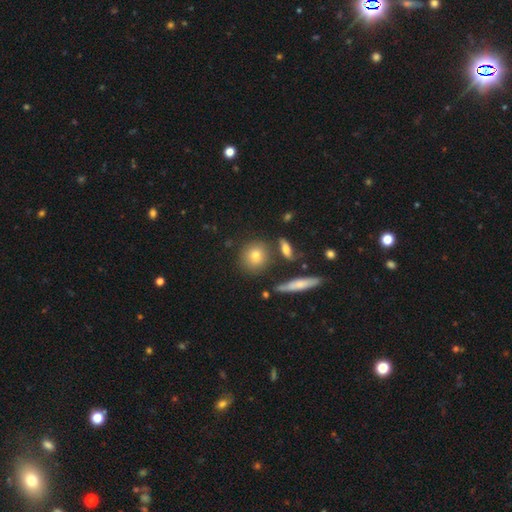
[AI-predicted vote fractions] A smooth galaxy with no disk features (75%) that is round (81%). Merging: none (77%).